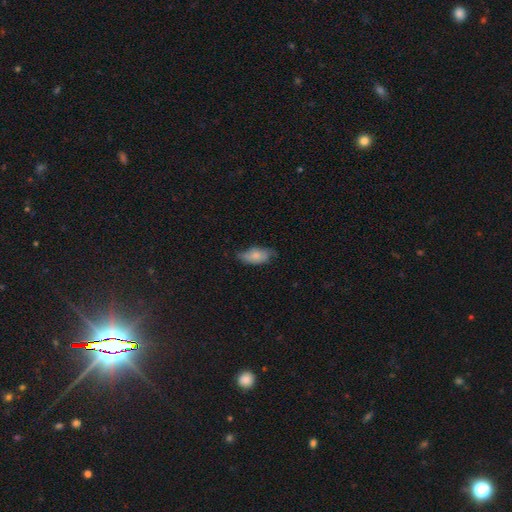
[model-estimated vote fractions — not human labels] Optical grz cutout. It shows a smooth galaxy with no disk features (71%) that is in between round and cigar-shaped (89%). Merging: none (58%).